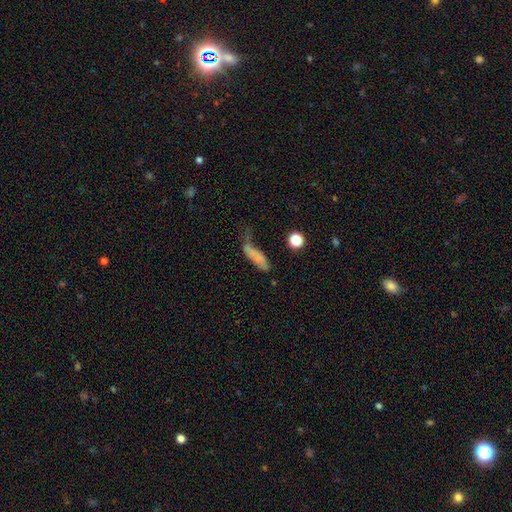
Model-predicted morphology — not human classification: smooth 65%, featured or disk 23%, star or artifact 12%. Down the decision tree: how rounded — in between (49%); merging — major disturbance (34%).